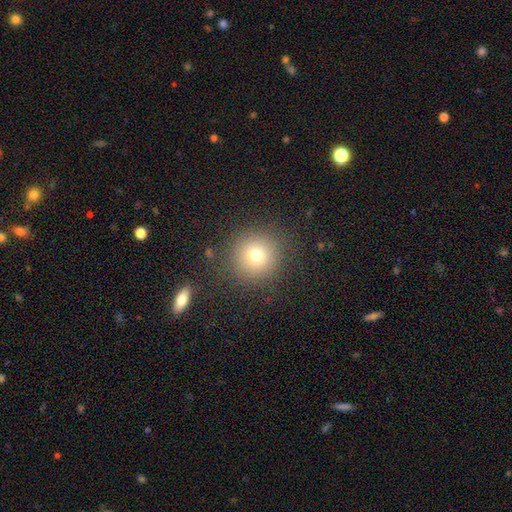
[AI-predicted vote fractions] This appears to be a smooth galaxy with no disk features (74%) that is round (94%). Merging: none (86%).